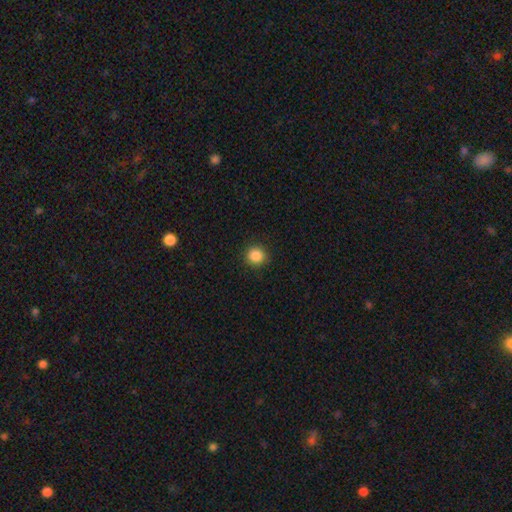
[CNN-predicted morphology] A smooth galaxy with no disk features (87%) that is round (92%). Merging: none (91%).